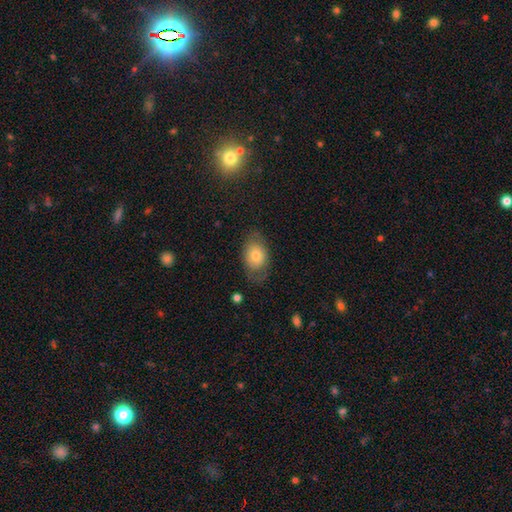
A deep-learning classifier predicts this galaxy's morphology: A smooth galaxy with no disk features (70%) that is in between round and cigar-shaped (79%).

Vote fractions:
- Smooth or featured? smooth: 70% / featured or disk: 22% / star or artifact: 8%
- How rounded? in between: 79% / round: 19% / cigar-shaped: 1%
- Merging? none: 70% / minor disturbance: 20% / major disturbance: 9% / merger: 1%